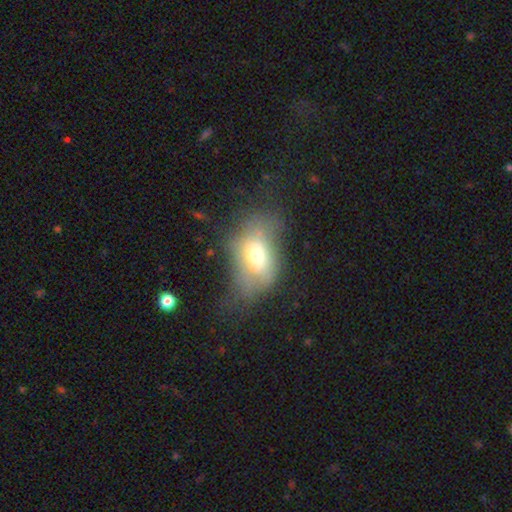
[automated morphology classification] A smooth galaxy with no disk features (62%) that is in between round and cigar-shaped (83%).

Vote fractions:
- Smooth or featured? smooth: 62% / featured or disk: 28% / star or artifact: 11%
- How rounded? in between: 83% / round: 15% / cigar-shaped: 2%
- Merging? major disturbance: 34% / none: 32% / minor disturbance: 30% / merger: 4%